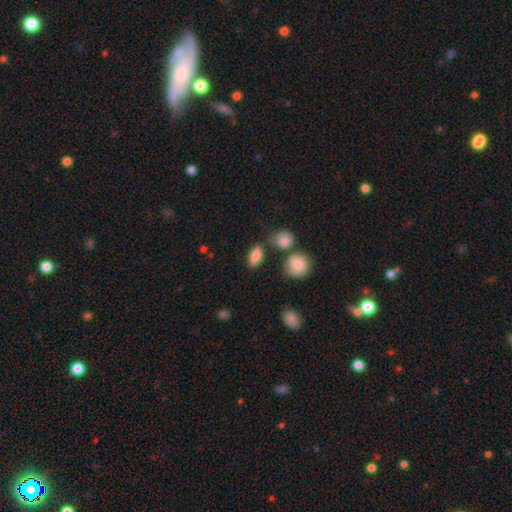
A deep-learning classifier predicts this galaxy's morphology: The model was most divided on "merging": none: 70%, minor disturbance: 16%, merger: 10%, major disturbance: 5%. More confident: how rounded — in between (84%); smooth or featured — smooth (82%).